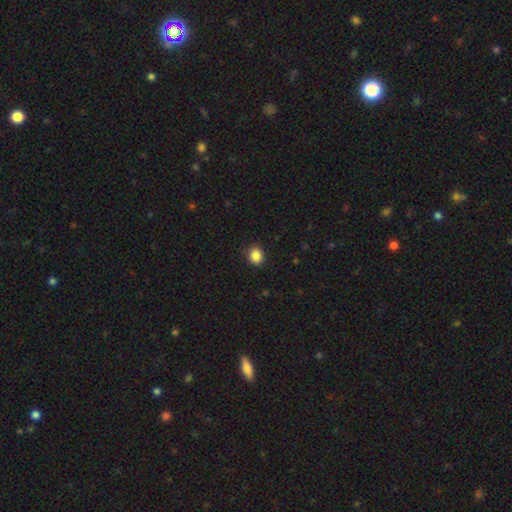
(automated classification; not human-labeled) Morphology: type=smooth (87%); roundness=round (63%); merging=none (89%).